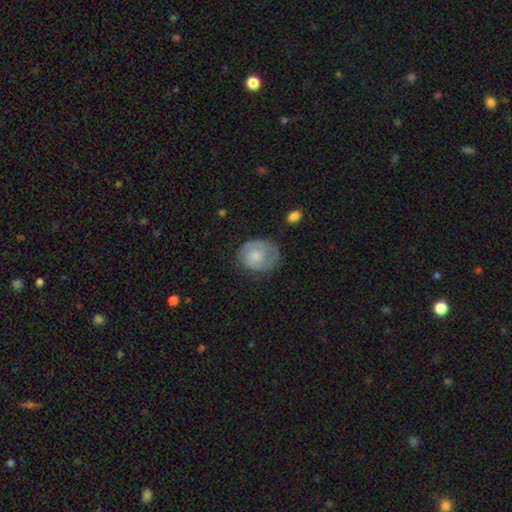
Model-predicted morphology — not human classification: This appears to be a featured or disk galaxy (51%). Merging: none (66%).